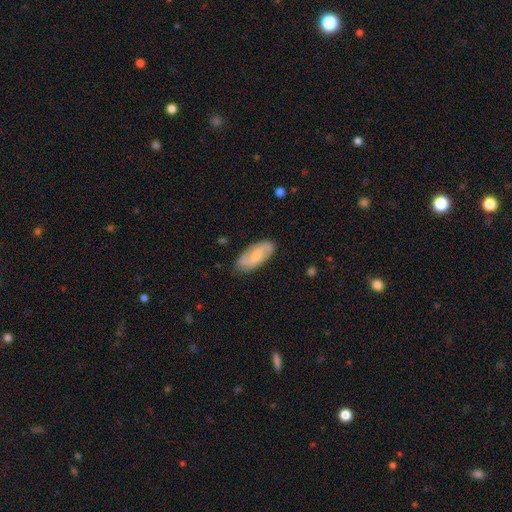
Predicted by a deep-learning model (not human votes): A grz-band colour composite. It shows a featured or disk galaxy (50%). Merging: none (82%).